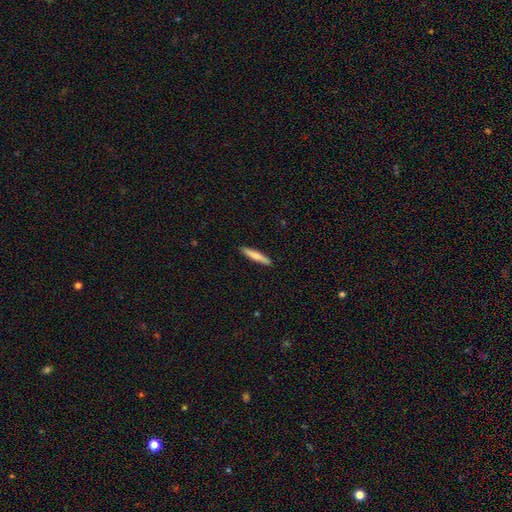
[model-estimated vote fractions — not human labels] This appears to be a smooth galaxy with no disk features (74%) that is cigar-shaped (92%). Merging: none (91%).